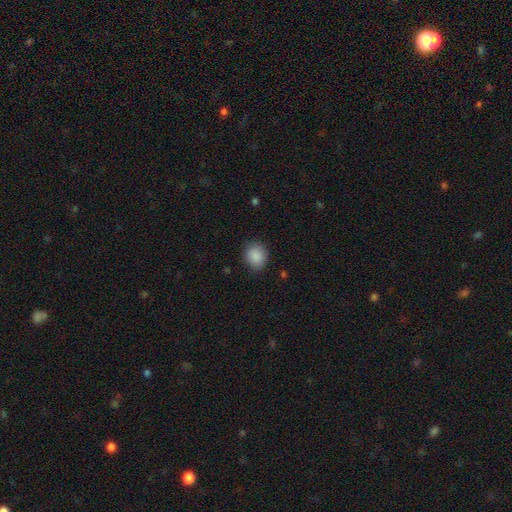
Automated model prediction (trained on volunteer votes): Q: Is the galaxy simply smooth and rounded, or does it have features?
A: smooth — 88%.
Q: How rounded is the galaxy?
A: round — 69%.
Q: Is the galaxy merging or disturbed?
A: none — 85%.